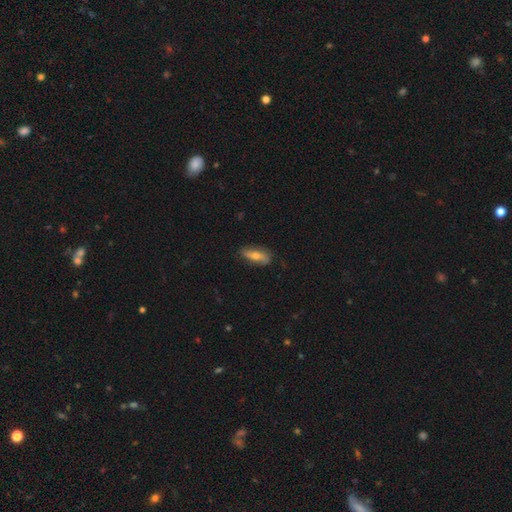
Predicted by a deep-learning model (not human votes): This is possibly a featured or disk galaxy (46%, tied with smooth). Merging: likely none (77%).